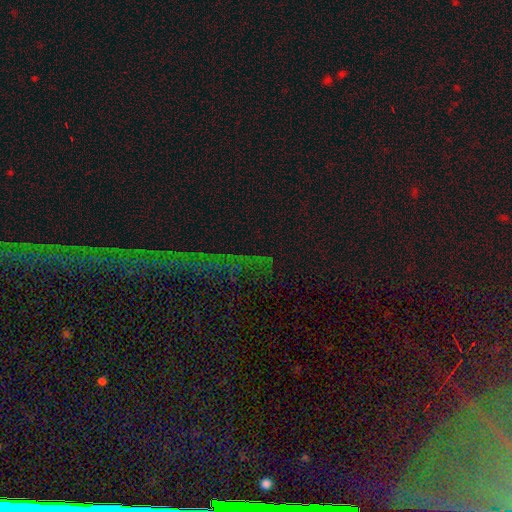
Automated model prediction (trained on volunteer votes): smooth_or_featured: star or artifact (p=0.78) [alt: smooth p=0.11]